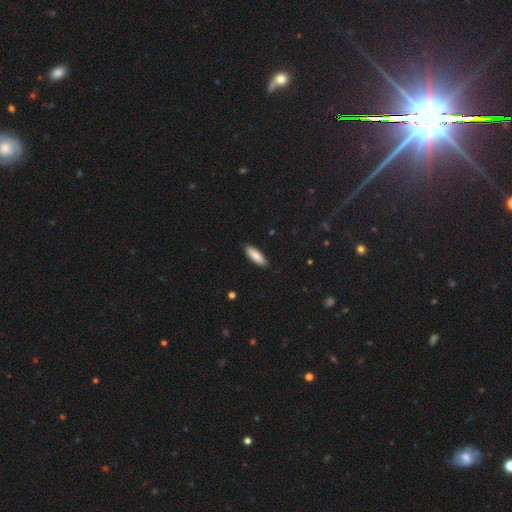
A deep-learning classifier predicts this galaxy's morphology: type=smooth (85%); roundness=in between (57%); merging=none (89%).